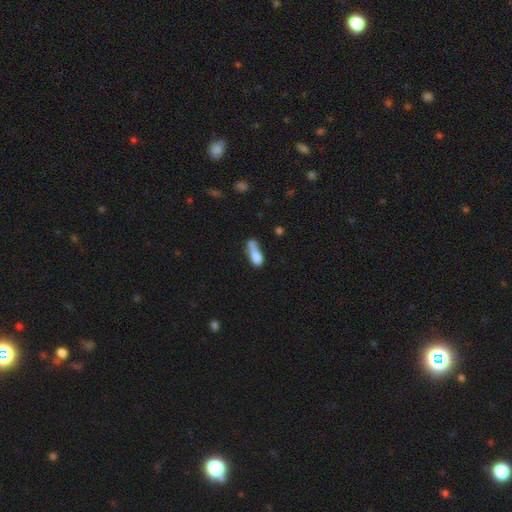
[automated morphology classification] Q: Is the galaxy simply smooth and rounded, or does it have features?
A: smooth — 74%.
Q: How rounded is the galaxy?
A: in between — 68%.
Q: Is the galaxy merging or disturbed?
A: merger — 44%.